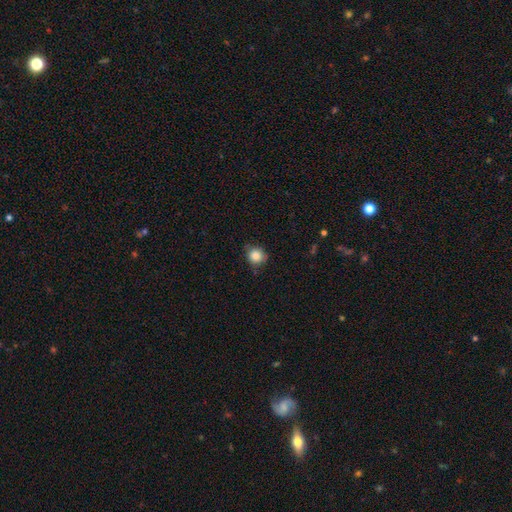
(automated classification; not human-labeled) A smooth galaxy with no disk features (86%) that is round (86%). Merging: none (77%).